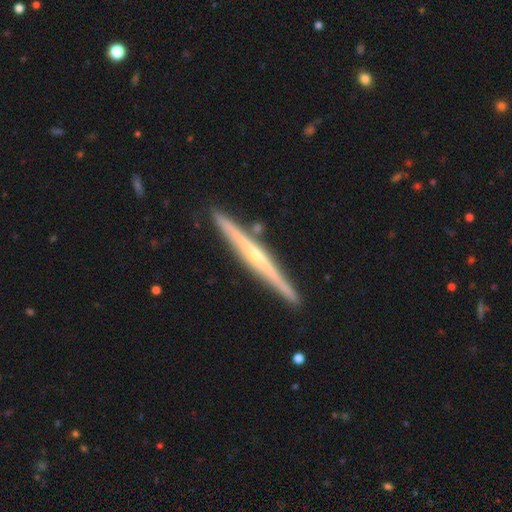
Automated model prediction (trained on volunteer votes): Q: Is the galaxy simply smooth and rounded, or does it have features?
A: featured or disk — 77%.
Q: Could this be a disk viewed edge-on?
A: yes — 98%.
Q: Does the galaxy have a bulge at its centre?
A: rounded — 56%.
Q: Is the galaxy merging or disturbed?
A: none — 90%.